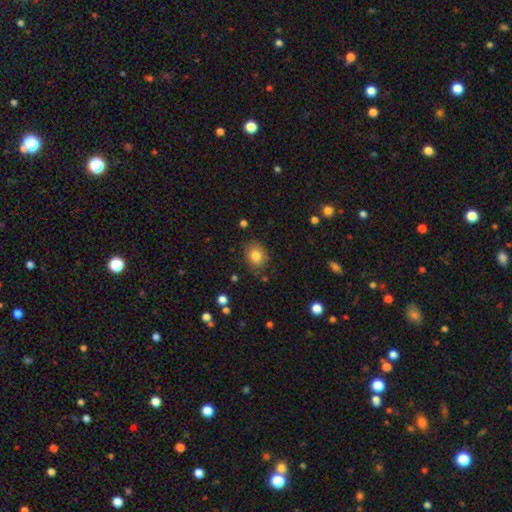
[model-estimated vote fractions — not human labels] Q: Smooth or featured?
A: smooth (82%); runner-up: star or artifact (10%)
Q: How rounded?
A: round (61%); runner-up: in between (38%)
Q: Merging?
A: none (82%); runner-up: minor disturbance (13%)